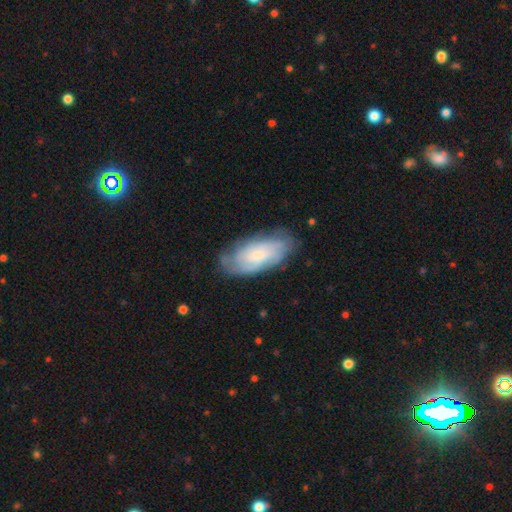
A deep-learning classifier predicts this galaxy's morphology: This appears to be a featured or disk galaxy (60%) with no bar (69%), spiral arms (85%) and a small central bulge (63%). Merging: none (71%).